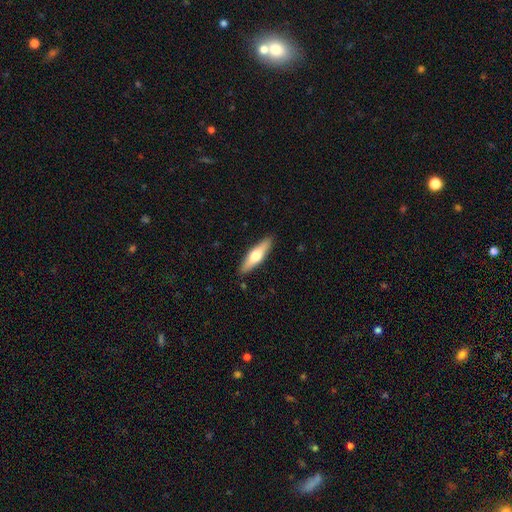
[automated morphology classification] smooth_or_featured: smooth (p=0.51) [alt: featured or disk p=0.44]
how_rounded: cigar-shaped (p=0.65) [alt: in between p=0.33]
merging: none (p=0.89) [alt: minor disturbance p=0.08]